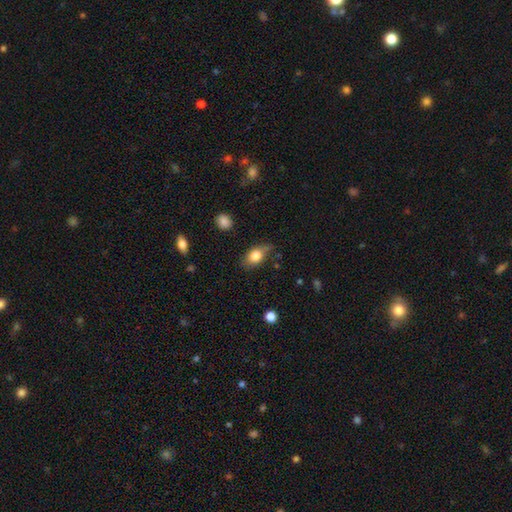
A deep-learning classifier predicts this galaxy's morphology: Overall: smooth (79%). How rounded: in between (81%). Merging: none (63%; minor disturbance 27%).